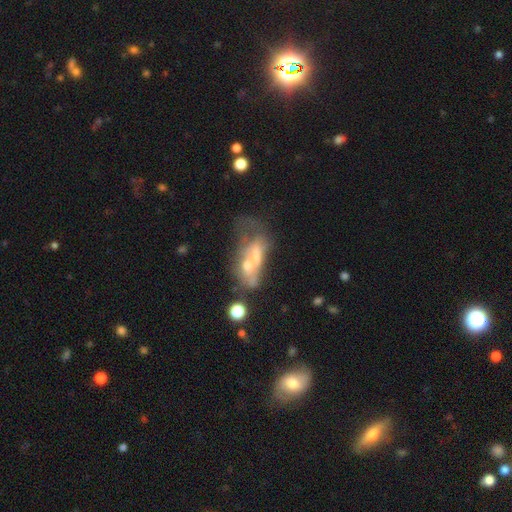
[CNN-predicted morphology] Smooth or featured? Predicted: featured or disk (p=0.47). Merging? Predicted: merger (p=0.55).